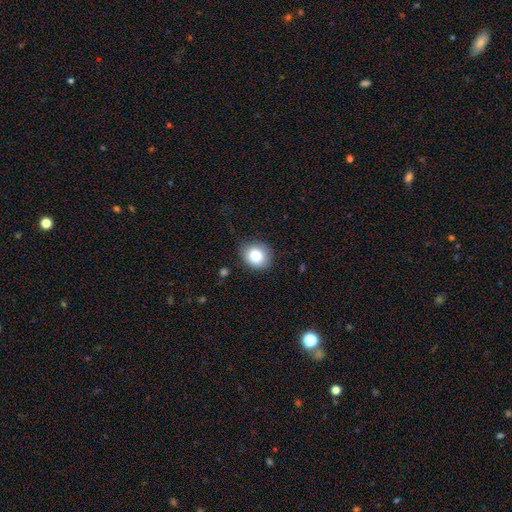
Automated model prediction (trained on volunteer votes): Smooth or featured: smooth — 82% (star or artifact — 10%)
How rounded: round — 66% (in between — 33%)
Merging: none — 82% (minor disturbance — 14%)